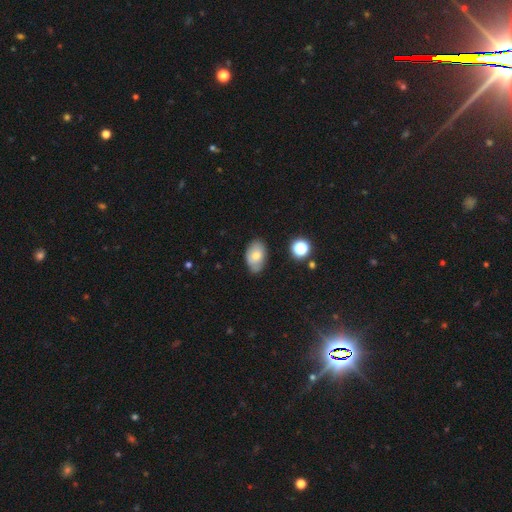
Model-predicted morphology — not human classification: type=smooth (68%); roundness=in between (88%); merging=none (69%).